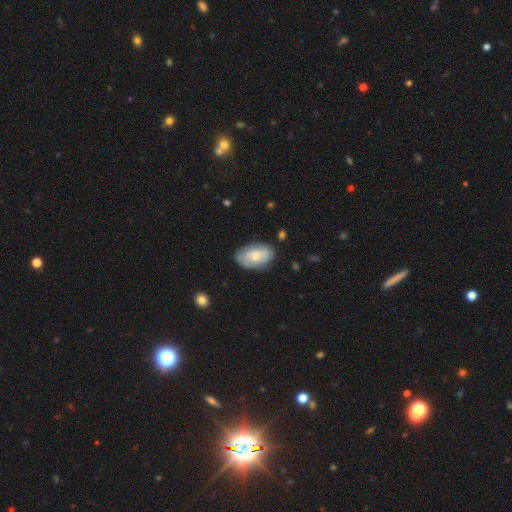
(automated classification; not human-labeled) Q: Smooth or featured?
A: featured or disk (47%); runner-up: smooth (46%)
Q: Merging?
A: none (76%); runner-up: minor disturbance (18%)